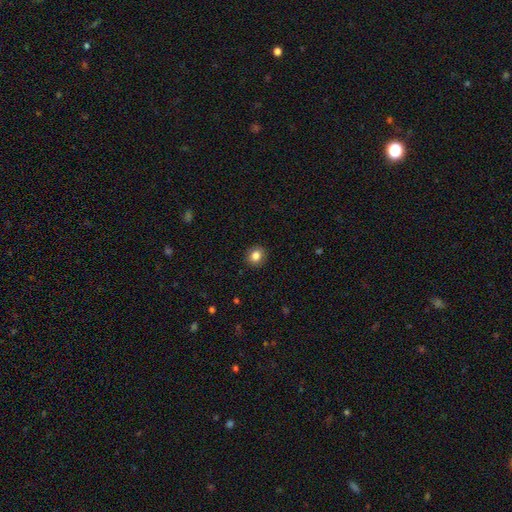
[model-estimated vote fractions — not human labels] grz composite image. It shows a smooth galaxy with no disk features (84%) that is round (77%). Merging: none (91%).